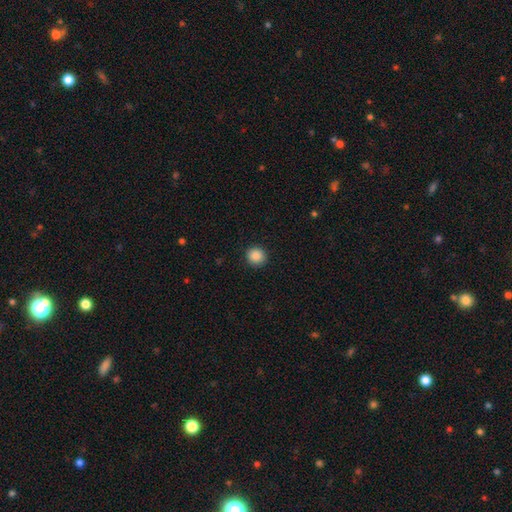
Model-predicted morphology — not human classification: smooth 88%, star or artifact 9%, featured or disk 3%. Down the decision tree: how rounded — round (93%); merging — none (92%).